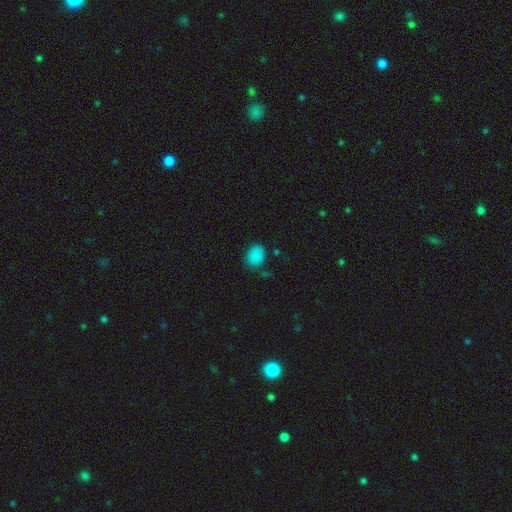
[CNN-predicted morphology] Smooth or featured?
  - smooth: 84% *
  - star or artifact: 12%
  - featured or disk: 4%
How rounded?
  - in between: 55% *
  - round: 44%
  - cigar-shaped: 1%
Merging?
  - none: 73% *
  - minor disturbance: 18%
  - major disturbance: 5%
  - merger: 4%